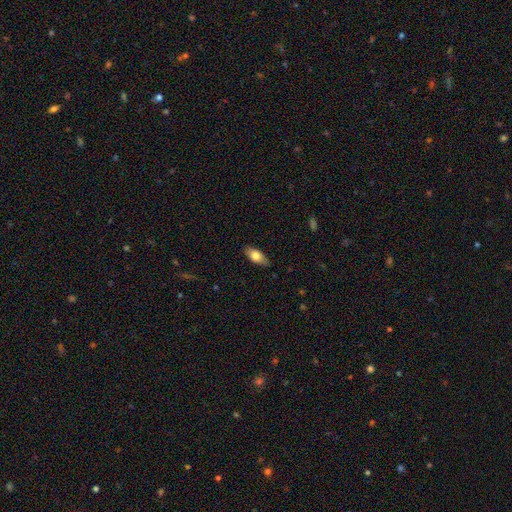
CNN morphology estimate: The model was most divided on "smooth or featured": smooth: 74%, featured or disk: 20%, star or artifact: 7%. More confident: merging — none (84%); how rounded — in between (82%).